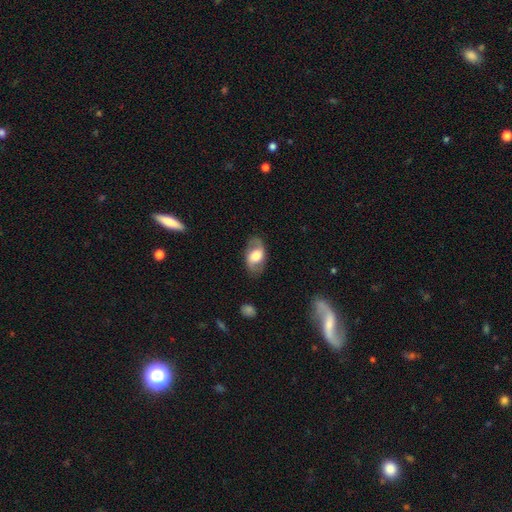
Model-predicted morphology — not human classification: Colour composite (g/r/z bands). It shows a featured or disk galaxy (52%). Merging: none (79%).